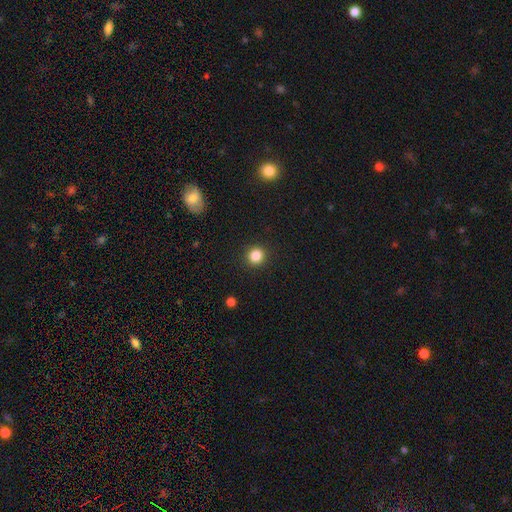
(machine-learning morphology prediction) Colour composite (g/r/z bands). It shows a smooth galaxy with no disk features (85%) that is round (90%). Merging: none (92%).